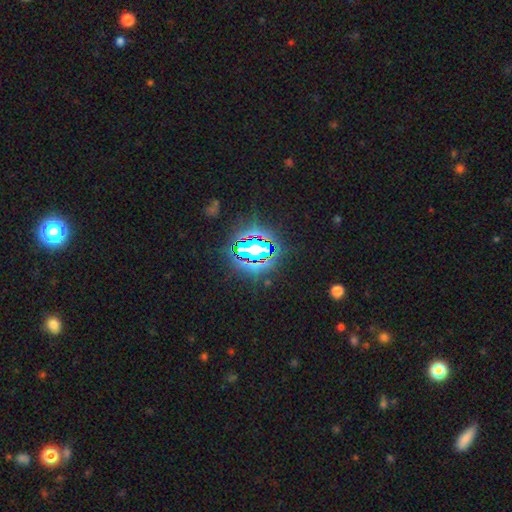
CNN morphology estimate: This appears to be a star or artifact, not a galaxy (73%).